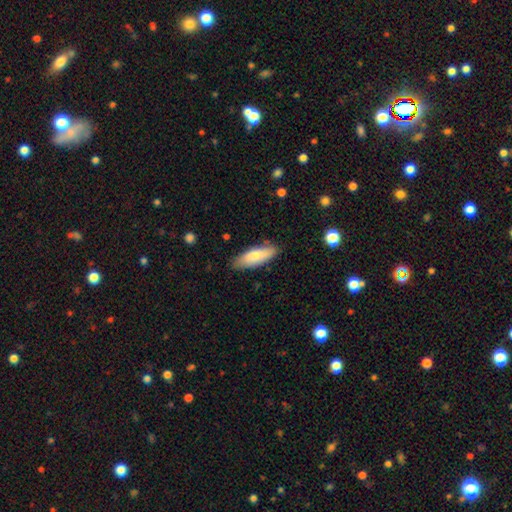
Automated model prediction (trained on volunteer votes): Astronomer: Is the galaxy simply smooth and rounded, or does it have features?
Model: smooth — 79%.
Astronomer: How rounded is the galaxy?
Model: in between — 63%.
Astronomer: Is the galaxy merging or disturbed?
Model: none — 81%.